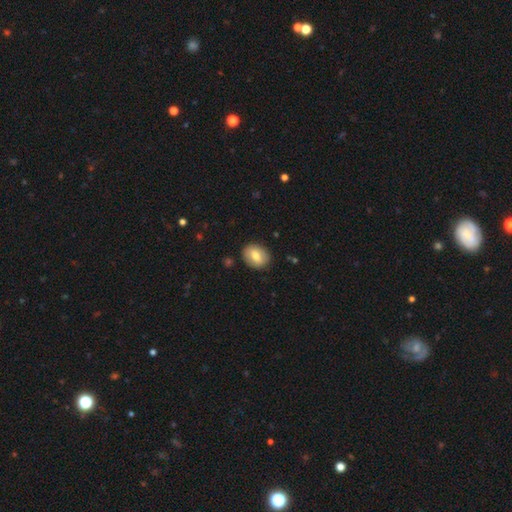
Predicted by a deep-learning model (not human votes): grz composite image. It shows a smooth galaxy with no disk features (70%) that is in between round and cigar-shaped (67%). Merging: none (85%).